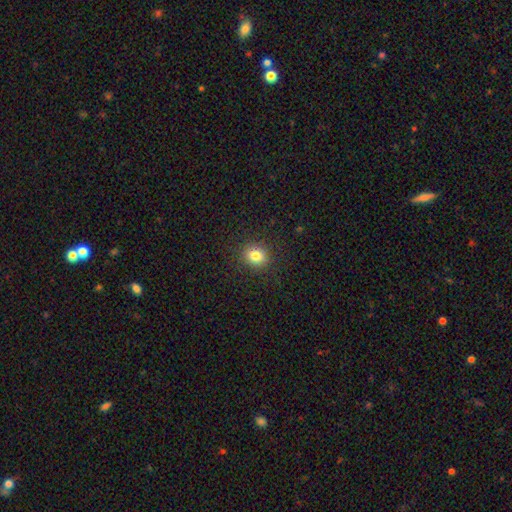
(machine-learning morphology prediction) smooth-or-featured: smooth: 82% | star or artifact: 12% | featured or disk: 6%
  how-rounded: round: 73% | in between: 26% | cigar-shaped: 1%
  merging: none: 89% | minor disturbance: 7% | major disturbance: 3% | merger: 1%